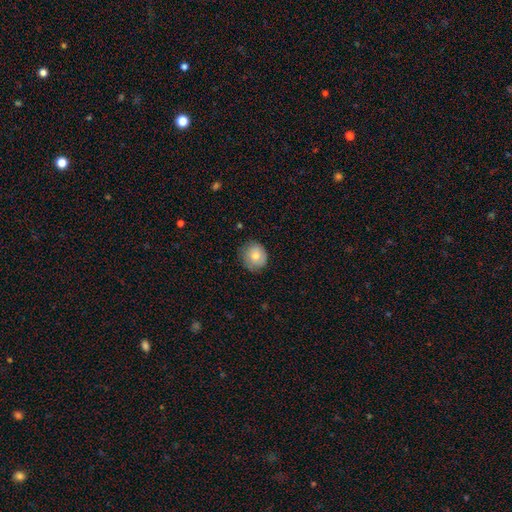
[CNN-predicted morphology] This appears to be a smooth galaxy with no disk features (77%) that is round (81%). Merging: none (74%).